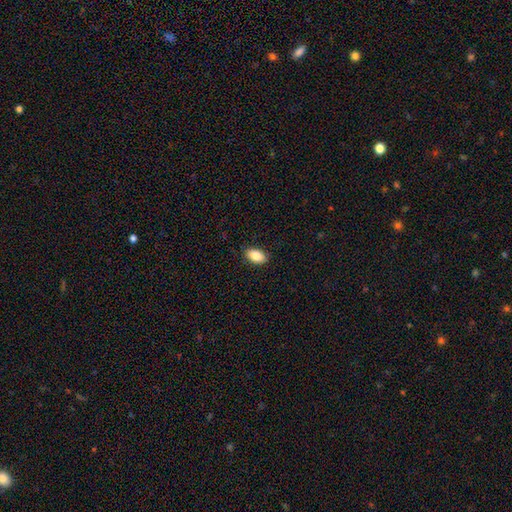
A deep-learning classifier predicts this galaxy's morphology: Smooth or featured: smooth — 86% (featured or disk — 7%)
How rounded: in between — 93% (round — 5%)
Merging: none — 89% (minor disturbance — 9%)